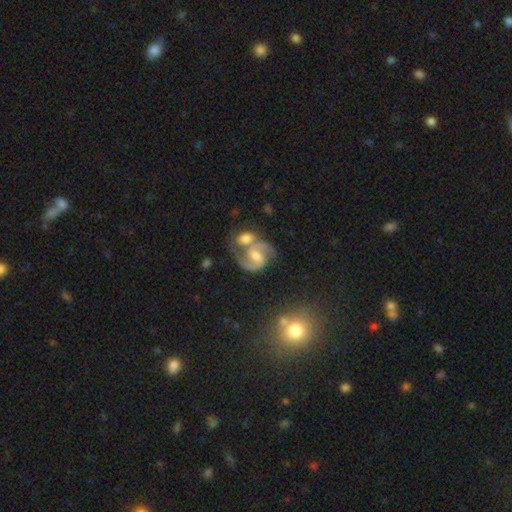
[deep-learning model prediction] Q: Smooth or featured?
A: featured or disk (87%); runner-up: smooth (7%)
Q: Edge-on disk?
A: no (98%); runner-up: yes (2%)
Q: Bar?
A: weak (47%); runner-up: no (35%)
Q: Spiral arms?
A: yes (97%); runner-up: no (3%)
Q: Spiral winding?
A: medium (64%); runner-up: tight (21%)
Q: Spiral arm count?
A: 2 (92%); runner-up: can't tell (2%)
Q: Bulge size?
A: moderate (56%); runner-up: small (33%)
Q: Merging?
A: none (44%); runner-up: merger (39%)